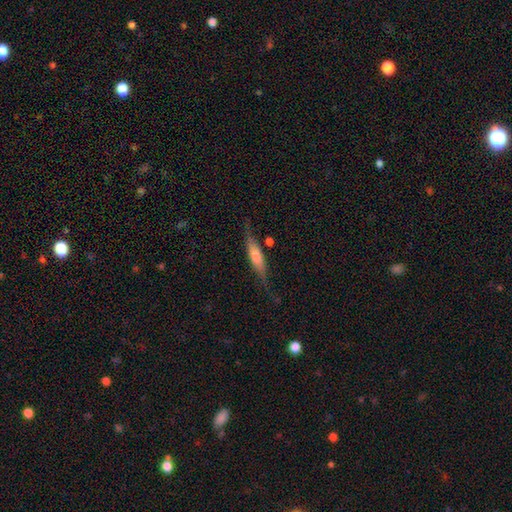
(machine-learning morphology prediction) A featured or disk galaxy (54%) viewed edge-on (89%).

Vote fractions:
- Smooth or featured? featured or disk: 54% / smooth: 38% / star or artifact: 7%
- Edge-on disk? yes: 89% / no: 11%
- Merging? none: 72% / minor disturbance: 19% / major disturbance: 6% / merger: 3%